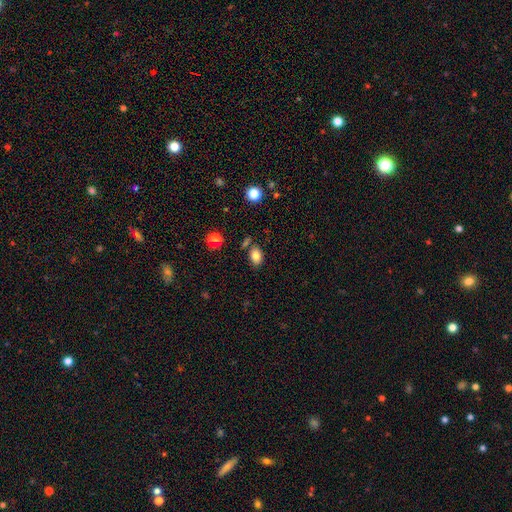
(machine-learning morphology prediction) This appears to be a smooth galaxy with no disk features (82%) that is in between round and cigar-shaped (81%). Merging: none (76%).